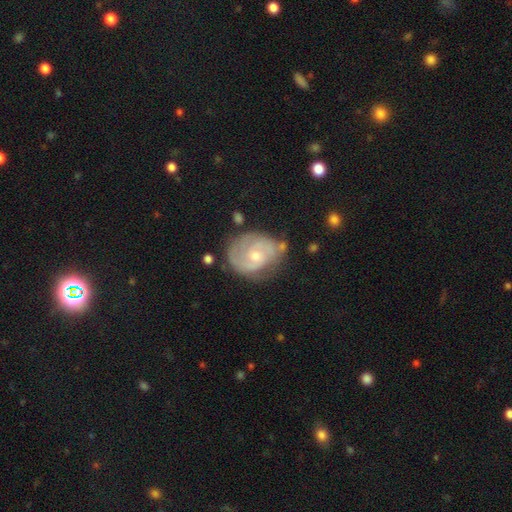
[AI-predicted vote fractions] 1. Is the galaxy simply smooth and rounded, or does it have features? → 78% featured or disk, 15% smooth, 6% star or artifact.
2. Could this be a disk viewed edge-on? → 97% no, 3% yes.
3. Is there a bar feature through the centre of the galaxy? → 62% no, 33% weak, 5% strong.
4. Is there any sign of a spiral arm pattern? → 91% yes, 9% no.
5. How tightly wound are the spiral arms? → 51% tight, 38% medium, 11% loose.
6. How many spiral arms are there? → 63% 2, 20% can't tell, 8% 3, 5% 1, 2% 4, 2% more than 4.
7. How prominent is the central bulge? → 51% small, 45% moderate, 1% large, 1% none, 1% dominant.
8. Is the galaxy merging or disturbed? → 65% none, 23% minor disturbance, 8% major disturbance, 3% merger.